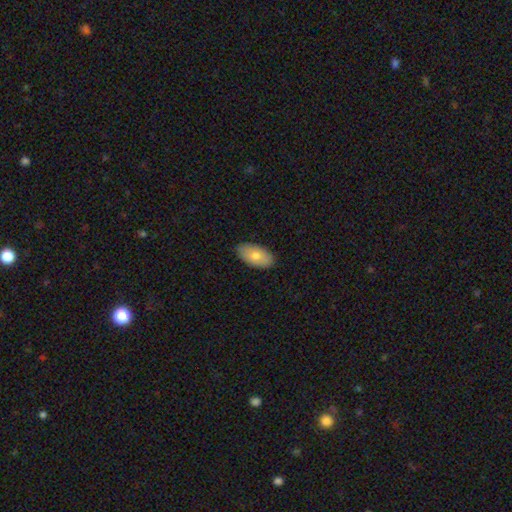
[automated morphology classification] This is likely a smooth galaxy (74%). How rounded: clearly in between (94%). Merging: clearly none (88%).